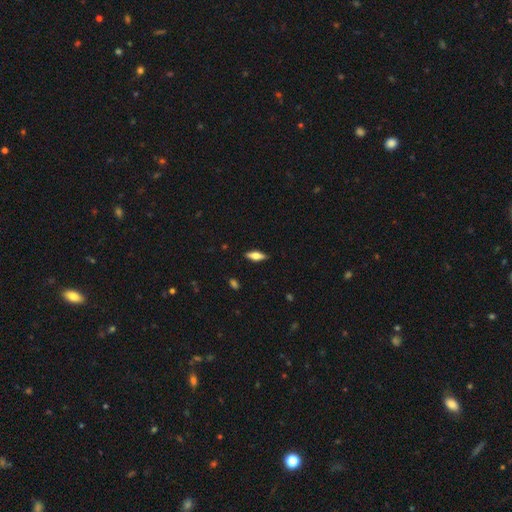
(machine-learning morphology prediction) The model was most divided on "smooth or featured": smooth: 62%, featured or disk: 31%, star or artifact: 7%. More confident: merging — none (87%); how rounded — in between (65%).